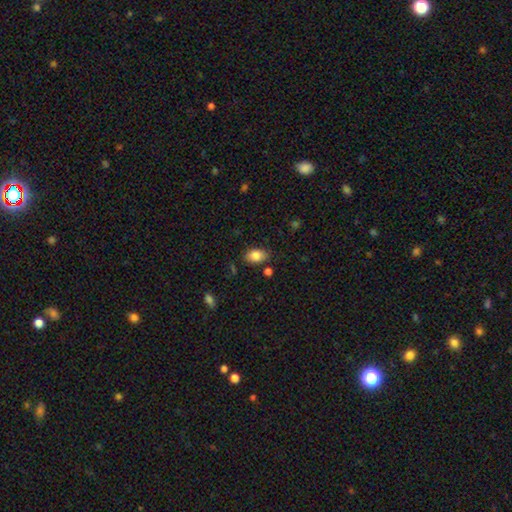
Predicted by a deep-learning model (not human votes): Smooth or featured?
  - smooth: 84% *
  - featured or disk: 8%
  - star or artifact: 8%
How rounded?
  - in between: 86% *
  - round: 12%
  - cigar-shaped: 1%
Merging?
  - none: 81% *
  - minor disturbance: 13%
  - merger: 3%
  - major disturbance: 3%